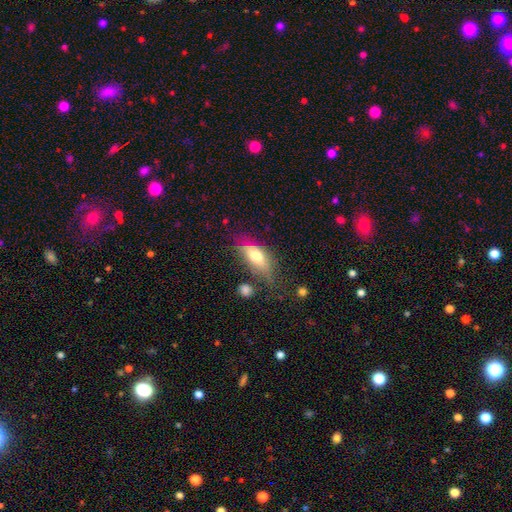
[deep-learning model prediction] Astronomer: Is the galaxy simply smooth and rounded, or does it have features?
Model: smooth — 62%.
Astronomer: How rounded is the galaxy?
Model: in between — 77%.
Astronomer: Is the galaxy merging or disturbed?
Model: none — 51% (runner-up: minor disturbance, 28%).